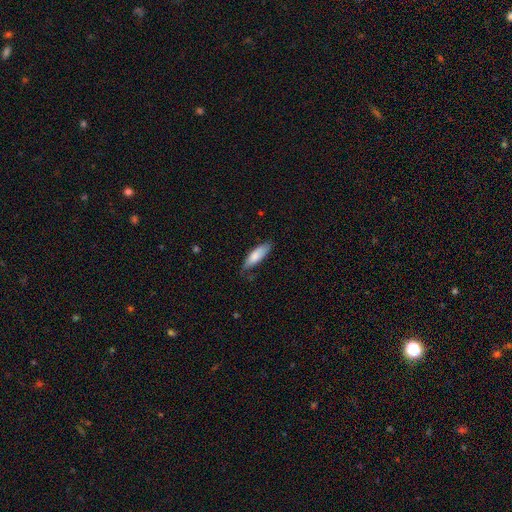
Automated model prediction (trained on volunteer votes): Overall: smooth (80%). How rounded: in between (55%; cigar-shaped 43%). Merging: none (68%).